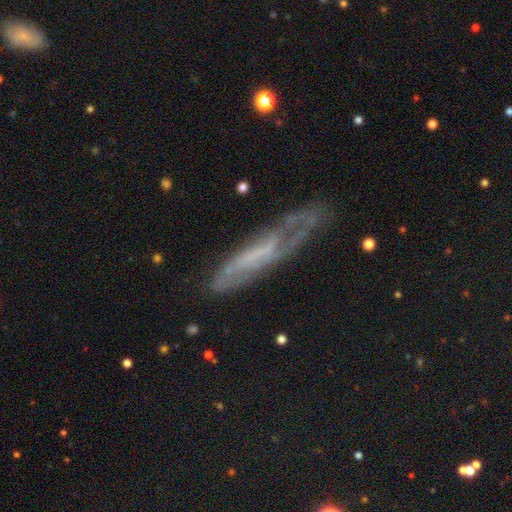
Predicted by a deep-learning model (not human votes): Q: Smooth or featured?
A: featured or disk (65%); runner-up: smooth (23%)
Q: Edge-on disk?
A: no (57%); runner-up: yes (43%)
Q: Merging?
A: none (54%); runner-up: minor disturbance (26%)